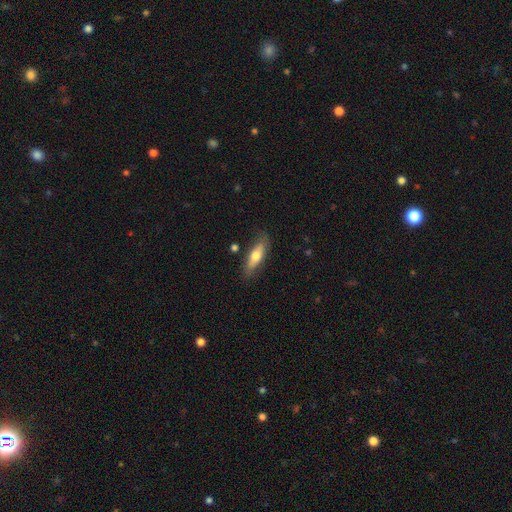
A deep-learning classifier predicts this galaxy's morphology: smooth_or_featured: smooth (p=0.59) [alt: featured or disk p=0.35]
how_rounded: cigar-shaped (p=0.49) [tied with: in between p=0.49]
merging: none (p=0.78) [alt: minor disturbance p=0.16]